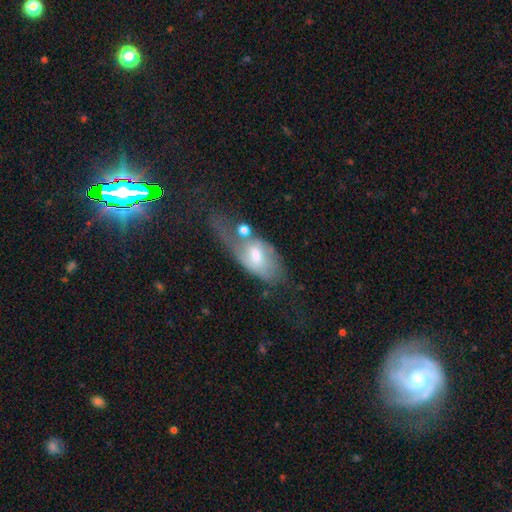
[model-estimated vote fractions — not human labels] smooth-or-featured: smooth: 48% | featured or disk: 45% | star or artifact: 7%
  merging: major disturbance: 41% | merger: 23% | minor disturbance: 19% | none: 17%